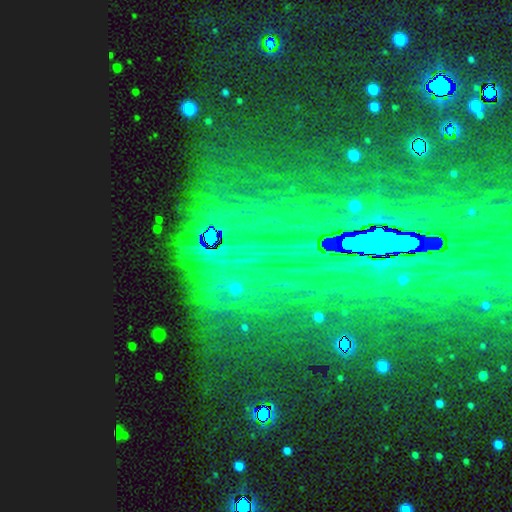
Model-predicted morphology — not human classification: star or artifact 75%, featured or disk 15%, smooth 10%.